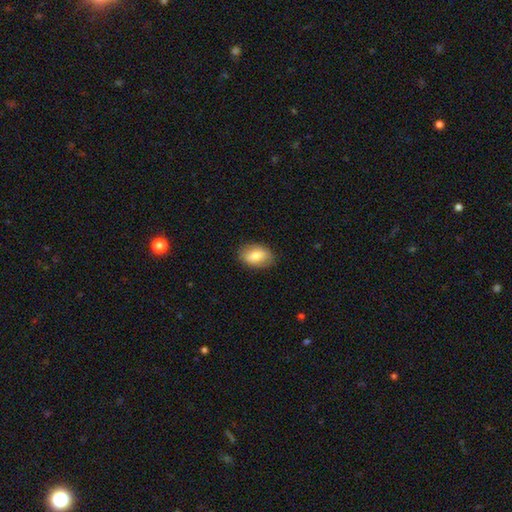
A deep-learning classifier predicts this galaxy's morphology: The model was most divided on "smooth or featured": smooth: 78%, featured or disk: 15%, star or artifact: 7%. More confident: how rounded — in between (86%); merging — none (85%).